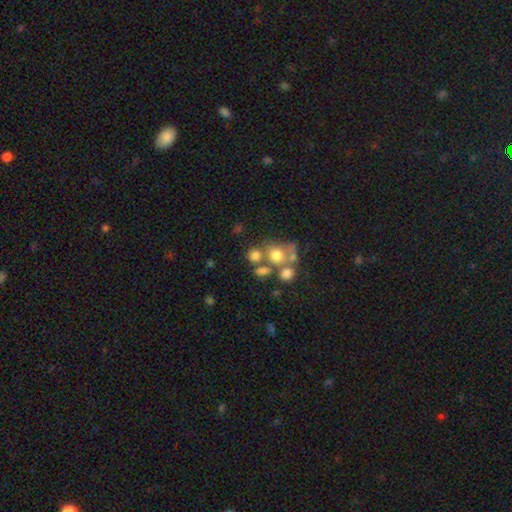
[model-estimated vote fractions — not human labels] Overall: smooth (67%). How rounded: round (73%). Merging: none (44%; merger 38%).